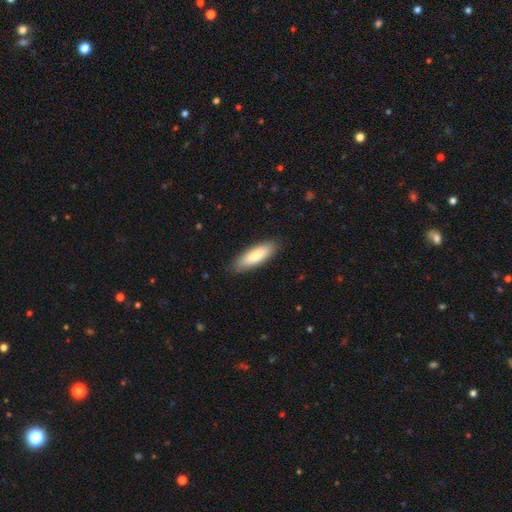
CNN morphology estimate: Smooth or featured? Predicted: smooth (p=0.80). How rounded? Predicted: in between (p=0.56). Merging? Predicted: none (p=0.87).